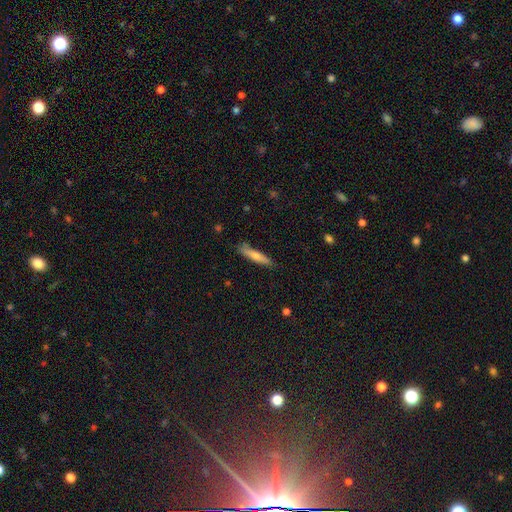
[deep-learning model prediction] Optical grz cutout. It shows a smooth galaxy with no disk features (68%) that is cigar-shaped (86%). Merging: none (79%).